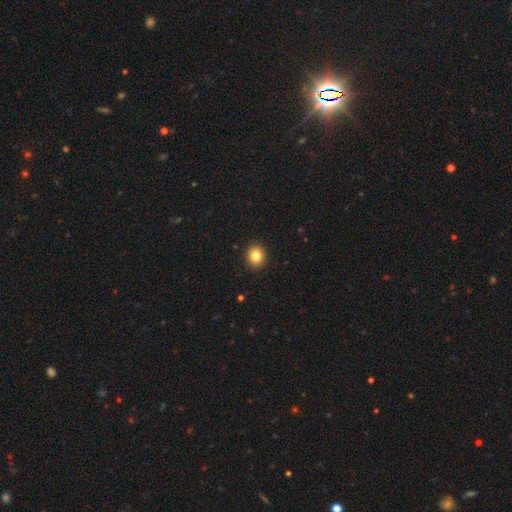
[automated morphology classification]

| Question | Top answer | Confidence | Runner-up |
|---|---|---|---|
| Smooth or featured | smooth | 83% | star or artifact (10%) |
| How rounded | round | 76% | in between (24%) |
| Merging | none | 92% | minor disturbance (5%) |